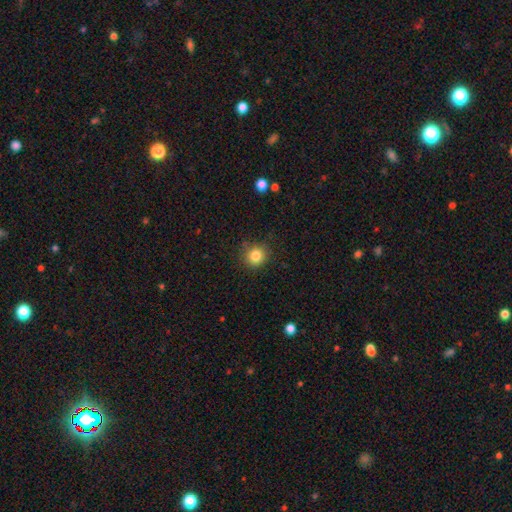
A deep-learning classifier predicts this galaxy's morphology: This appears to be a smooth galaxy with no disk features (83%) that is round (87%). Merging: none (85%).